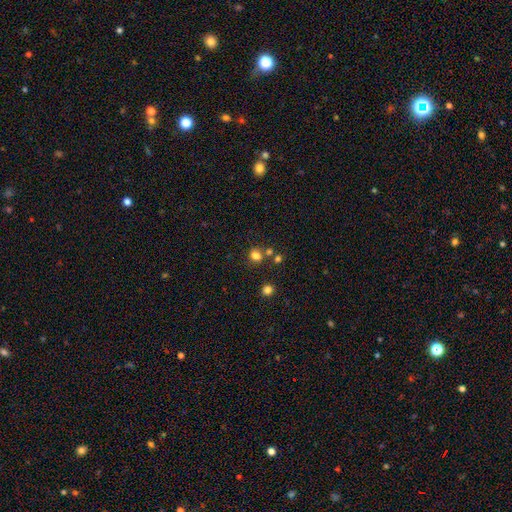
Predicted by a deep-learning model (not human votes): Smooth or featured?
  - smooth: 76% *
  - star or artifact: 17%
  - featured or disk: 7%
How rounded?
  - round: 60% *
  - in between: 39%
  - cigar-shaped: 1%
Merging?
  - none: 65% *
  - merger: 19%
  - minor disturbance: 12%
  - major disturbance: 5%